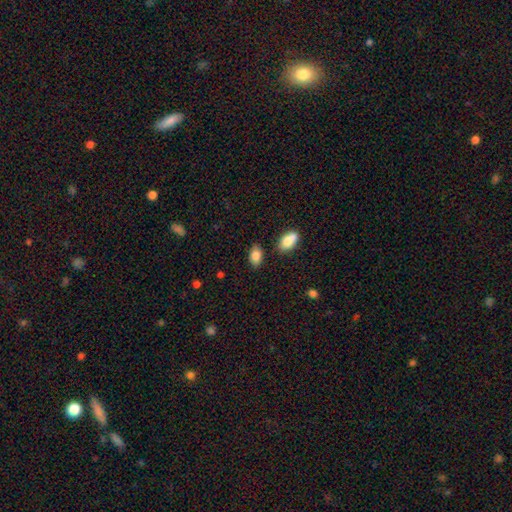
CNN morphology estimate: Smooth or featured?
  - smooth: 85% *
  - star or artifact: 8%
  - featured or disk: 8%
How rounded?
  - in between: 90% *
  - round: 7%
  - cigar-shaped: 3%
Merging?
  - none: 79% *
  - minor disturbance: 13%
  - merger: 6%
  - major disturbance: 3%